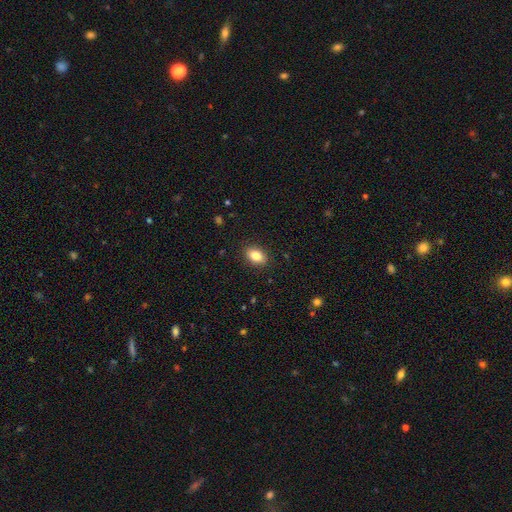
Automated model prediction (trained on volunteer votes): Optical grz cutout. It shows a smooth galaxy with no disk features (83%) that is in between round and cigar-shaped (87%). Merging: none (89%).